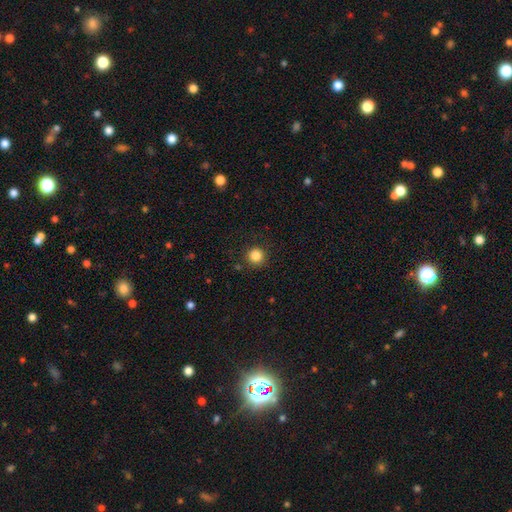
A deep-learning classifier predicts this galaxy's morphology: smooth 85%, star or artifact 11%, featured or disk 4%. Down the decision tree: how rounded — round (95%); merging — none (90%).